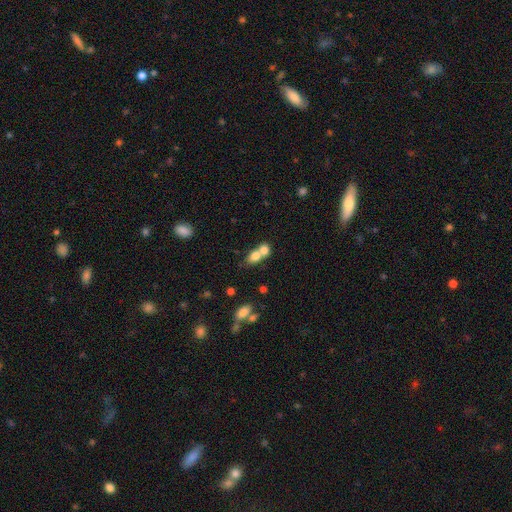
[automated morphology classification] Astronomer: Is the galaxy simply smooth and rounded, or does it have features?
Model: smooth — 76%.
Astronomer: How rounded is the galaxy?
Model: in between — 57% (runner-up: round, 41%).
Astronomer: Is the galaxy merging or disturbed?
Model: merger — 67%.